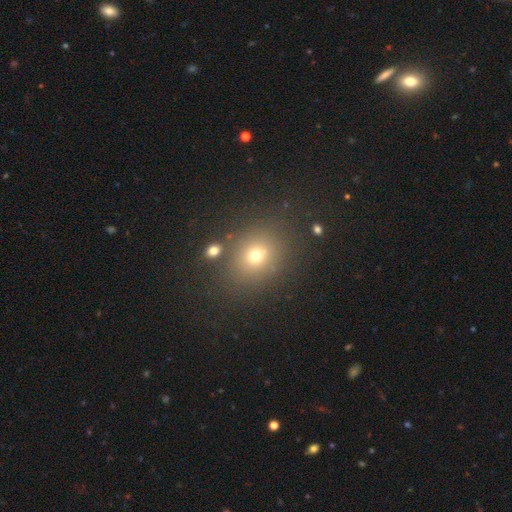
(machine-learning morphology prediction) The model was most divided on "how rounded": round: 66%, in between: 33%, cigar-shaped: 1%. More confident: merging — none (80%); smooth or featured — smooth (69%).